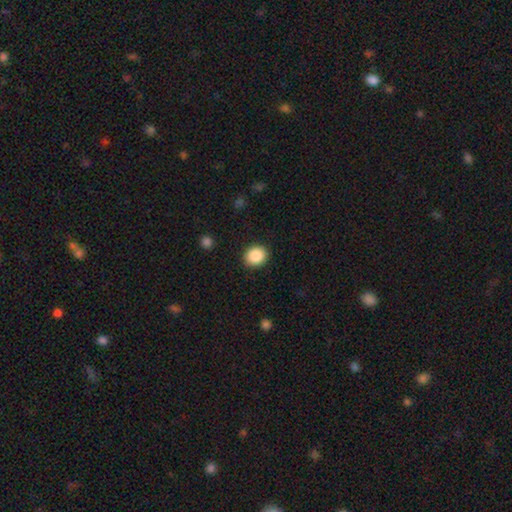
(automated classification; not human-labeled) smooth-or-featured: smooth: 88% | star or artifact: 8% | featured or disk: 4%
  how-rounded: round: 70% | in between: 29% | cigar-shaped: 1%
  merging: none: 90% | minor disturbance: 7% | major disturbance: 2% | merger: 1%